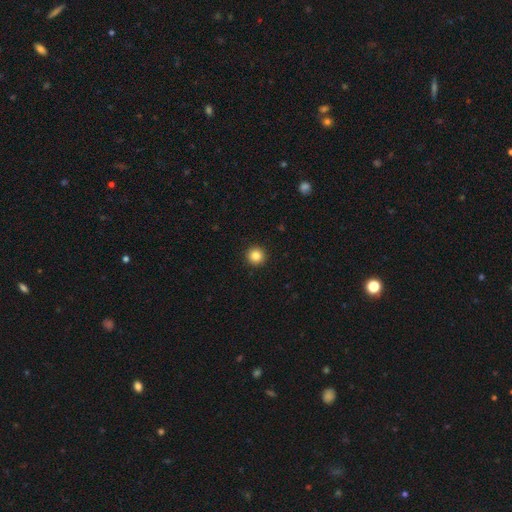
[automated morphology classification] smooth-or-featured: smooth: 85% | star or artifact: 10% | featured or disk: 4%
  how-rounded: round: 96% | in between: 3% | cigar-shaped: 1%
  merging: none: 93% | minor disturbance: 4% | major disturbance: 2% | merger: 1%